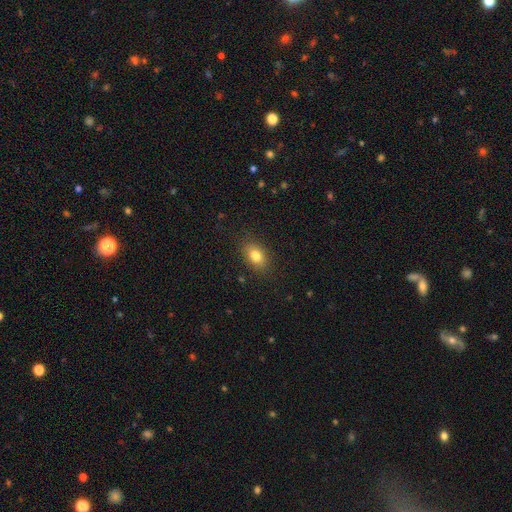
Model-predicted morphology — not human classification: smooth_or_featured: smooth (p=0.81) [alt: star or artifact p=0.09]
how_rounded: in between (p=0.82) [alt: round p=0.16]
merging: none (p=0.85) [alt: minor disturbance p=0.11]